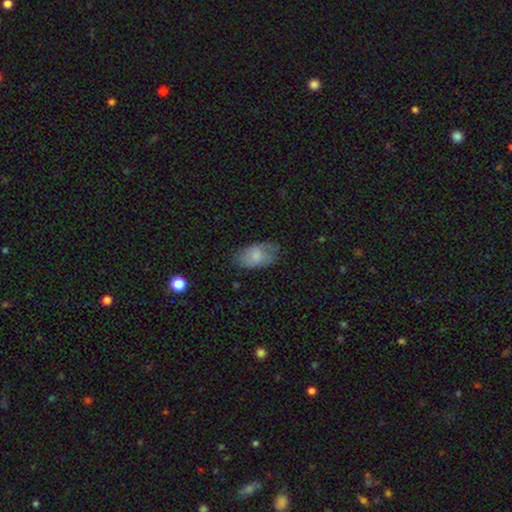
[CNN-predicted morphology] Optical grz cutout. It shows a smooth galaxy with no disk features (77%) that is in between round and cigar-shaped (93%). Merging: none (64%).